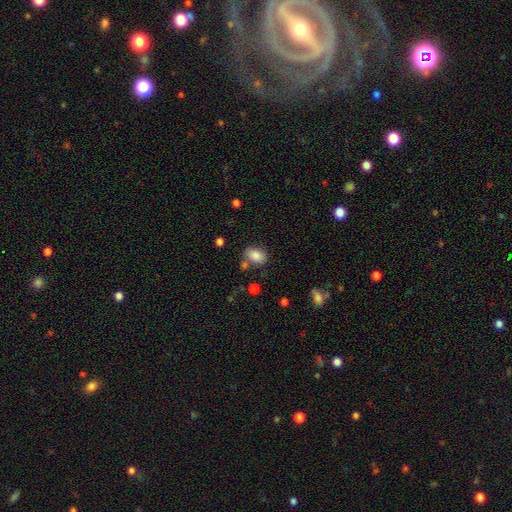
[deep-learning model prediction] This appears to be a smooth galaxy with no disk features (86%) that is in between round and cigar-shaped (84%). Merging: none (70%).